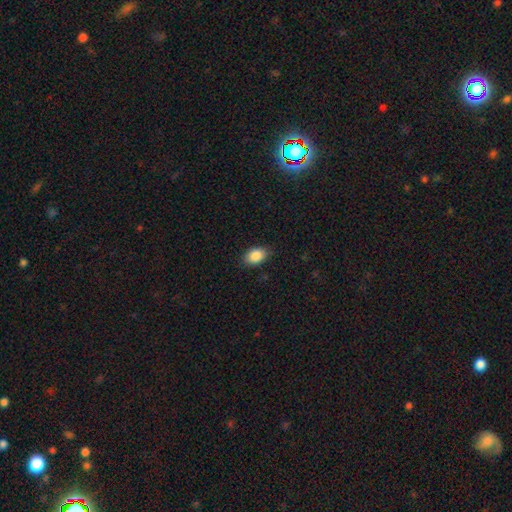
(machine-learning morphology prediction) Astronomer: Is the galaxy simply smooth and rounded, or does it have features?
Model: smooth — 88%.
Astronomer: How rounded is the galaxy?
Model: in between — 84%.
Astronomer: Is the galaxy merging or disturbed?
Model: none — 84%.